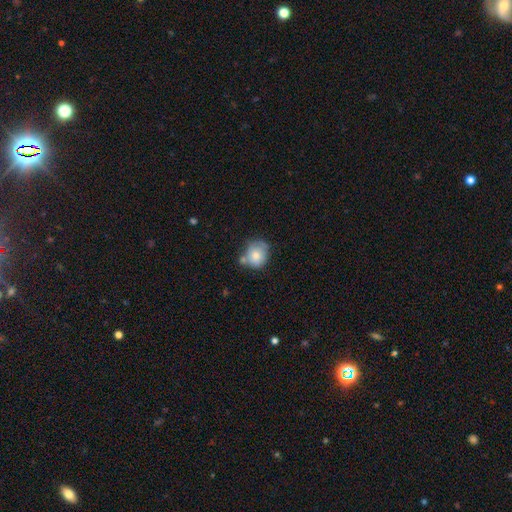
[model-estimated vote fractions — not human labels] Smooth or featured?
  - smooth: 71% *
  - featured or disk: 21%
  - star or artifact: 8%
How rounded?
  - round: 74% *
  - in between: 26%
  - cigar-shaped: 1%
Merging?
  - none: 46% *
  - minor disturbance: 26%
  - merger: 20%
  - major disturbance: 8%